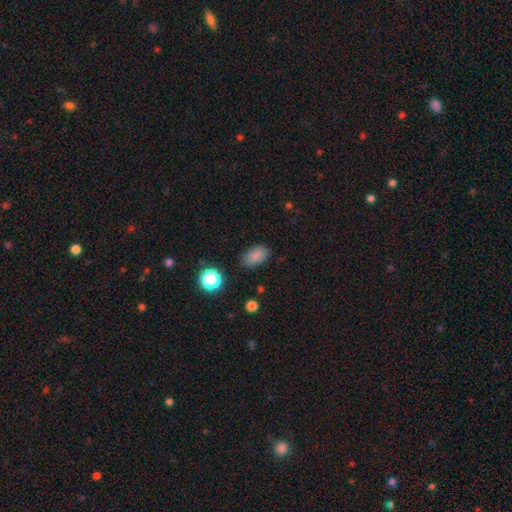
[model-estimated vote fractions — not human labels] smooth_or_featured: smooth (p=0.83) [alt: star or artifact p=0.12]
how_rounded: in between (p=0.89) [alt: round p=0.09]
merging: none (p=0.82) [alt: minor disturbance p=0.13]